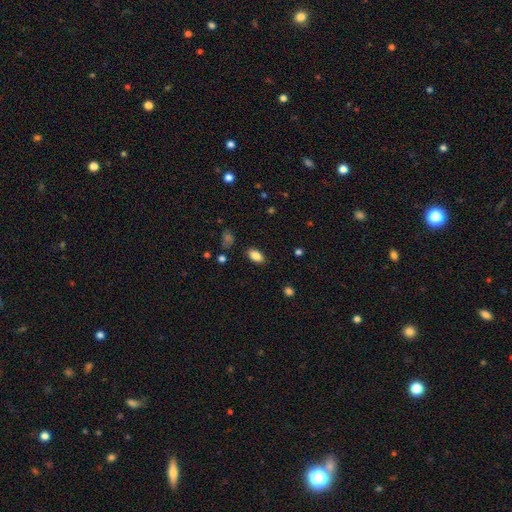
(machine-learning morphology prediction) Smooth or featured?
  - smooth: 85% *
  - star or artifact: 9%
  - featured or disk: 6%
How rounded?
  - in between: 91% *
  - round: 6%
  - cigar-shaped: 3%
Merging?
  - none: 87% *
  - minor disturbance: 9%
  - major disturbance: 3%
  - merger: 1%